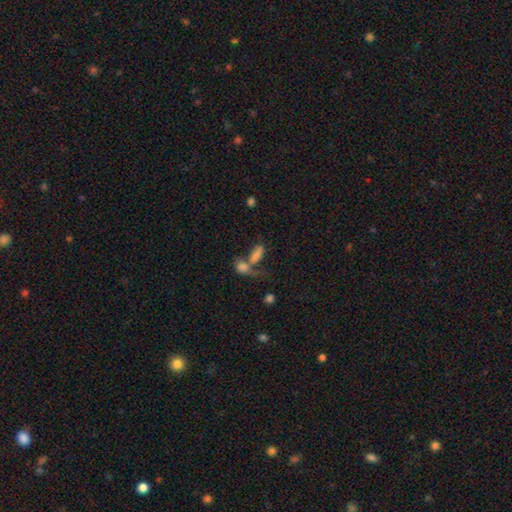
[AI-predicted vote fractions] Smooth or featured: smooth — 62% (featured or disk — 20%)
How rounded: in between — 73% (cigar-shaped — 15%)
Merging: merger — 57% (none — 24%)